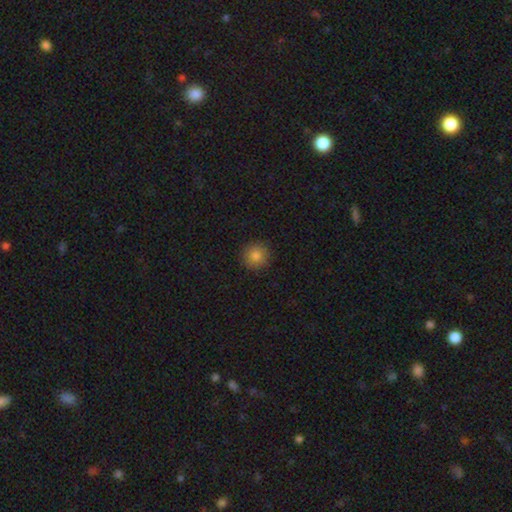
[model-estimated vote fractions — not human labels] Smooth or featured?
  - smooth: 83% *
  - star or artifact: 11%
  - featured or disk: 6%
How rounded?
  - round: 94% *
  - in between: 5%
  - cigar-shaped: 1%
Merging?
  - none: 90% *
  - minor disturbance: 7%
  - major disturbance: 2%
  - merger: 1%